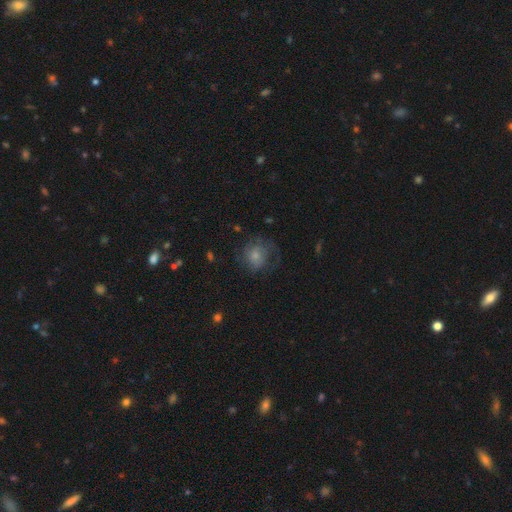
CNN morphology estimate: smooth 57%, featured or disk 33%, star or artifact 10%. Down the decision tree: how rounded — round (78%); merging — none (51%).